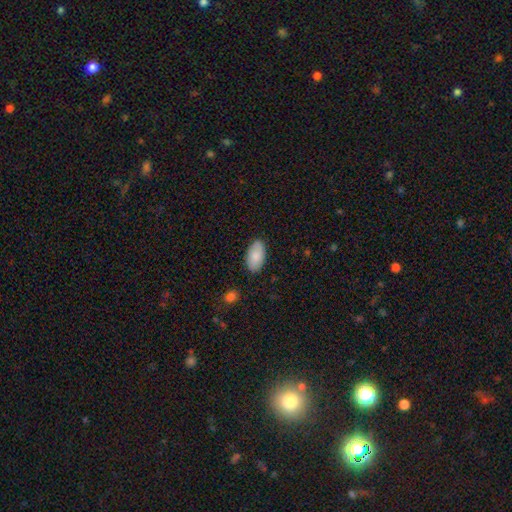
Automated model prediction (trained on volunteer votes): Smooth or featured? smooth (84%)
How rounded? in between (95%)
Merging? none (86%)